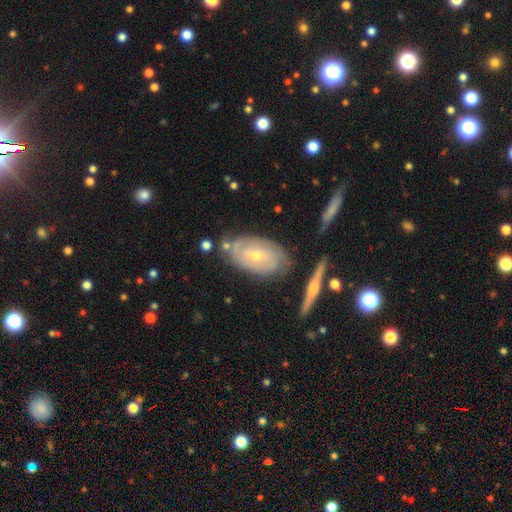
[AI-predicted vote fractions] A featured or disk galaxy (76%) with no bar (58%), tight (74%) spiral arms (84%) and a small central bulge (56%).

Vote fractions:
- Smooth or featured? featured or disk: 76% / smooth: 17% / star or artifact: 7%
- Edge-on disk? no: 90% / yes: 10%
- Bar? no: 58% / weak: 33% / strong: 9%
- Spiral arms? yes: 84% / no: 16%
- Spiral winding? tight: 74% / medium: 20% / loose: 6%
- Spiral arm count? can't tell: 46% / 2: 31% / 3: 11% / 4: 5% / 1: 4% / more than 4: 3%
- Bulge size? small: 56% / moderate: 41% / large: 1% / none: 1% / dominant: 1%
- Merging? none: 69% / minor disturbance: 19% / merger: 6% / major disturbance: 6%